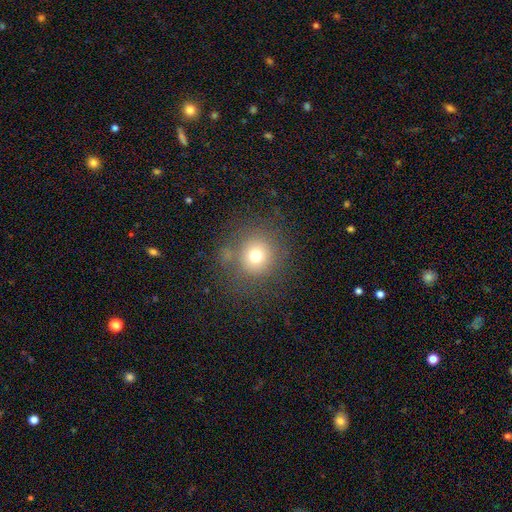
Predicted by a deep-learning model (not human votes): Morphology: type=smooth (72%); roundness=round (90%); merging=none (77%).